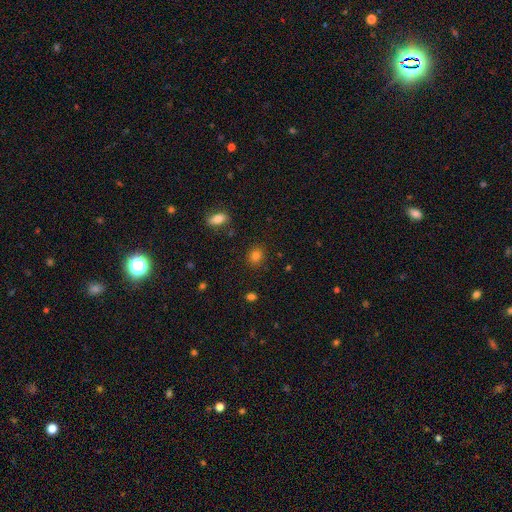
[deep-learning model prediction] smooth-or-featured: smooth: 82% | star or artifact: 12% | featured or disk: 6%
  how-rounded: round: 66% | in between: 33% | cigar-shaped: 1%
  merging: none: 88% | minor disturbance: 8% | major disturbance: 3% | merger: 2%